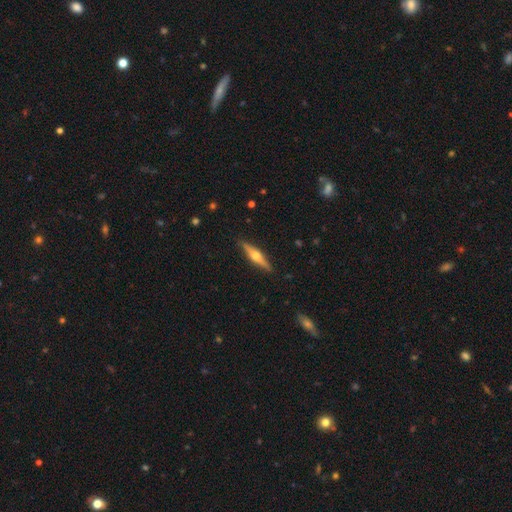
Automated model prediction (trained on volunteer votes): This appears to be a featured or disk galaxy (69%) viewed edge-on (97%) with a rounded central bulge (93%). Merging: none (89%).